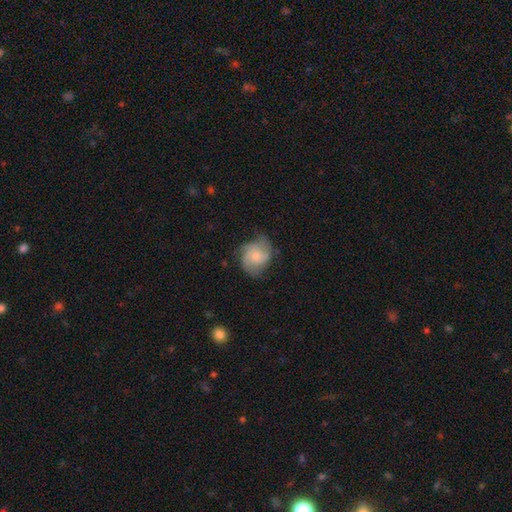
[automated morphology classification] A featured or disk galaxy (54%) with no bar (76%), spiral arms (88%) and a small central bulge (51%). Merging: none (59%).